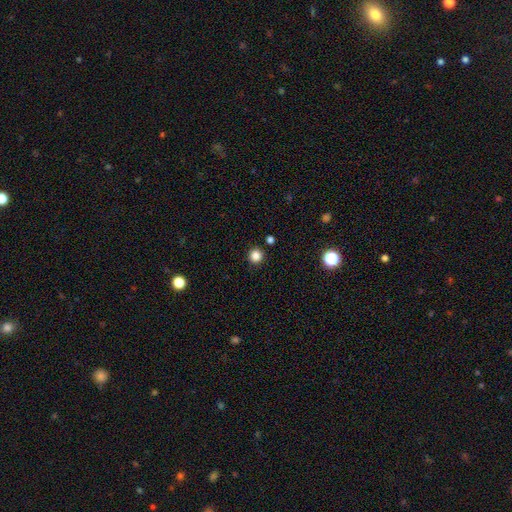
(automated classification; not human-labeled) Smooth or featured? Predicted: smooth (p=0.84). How rounded? Predicted: round (p=0.95). Merging? Predicted: none (p=0.92).